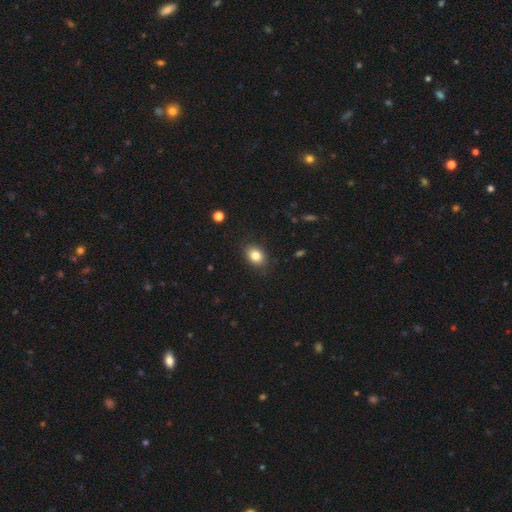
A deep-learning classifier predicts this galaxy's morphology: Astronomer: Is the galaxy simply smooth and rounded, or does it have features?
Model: smooth — 83%.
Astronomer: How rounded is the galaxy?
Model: in between — 69%.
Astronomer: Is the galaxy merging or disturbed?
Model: none — 86%.